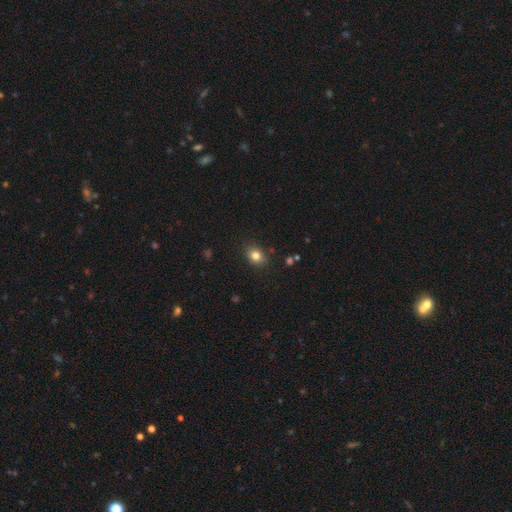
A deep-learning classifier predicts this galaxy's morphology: This is clearly a smooth galaxy (82%). How rounded: possibly in between (52%). Merging: clearly none (86%).